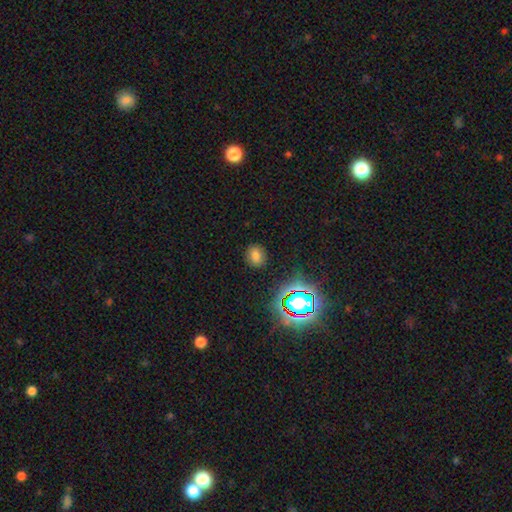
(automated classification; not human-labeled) The model was most divided on "how rounded": round: 56%, in between: 43%, cigar-shaped: 1%. More confident: merging — none (88%); smooth or featured — smooth (72%).